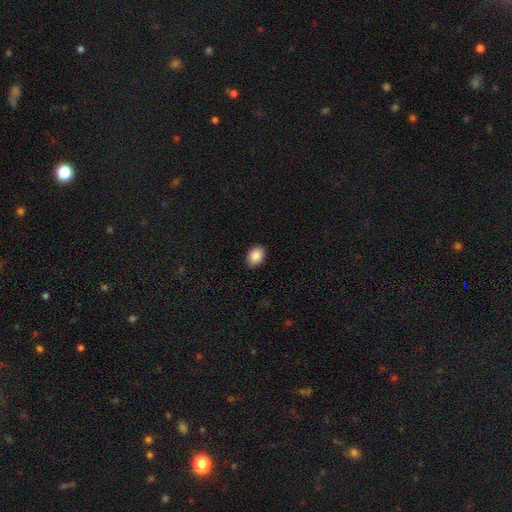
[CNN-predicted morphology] smooth_or_featured: smooth (p=0.89) [alt: star or artifact p=0.07]
how_rounded: in between (p=0.82) [alt: round p=0.17]
merging: none (p=0.89) [alt: minor disturbance p=0.08]